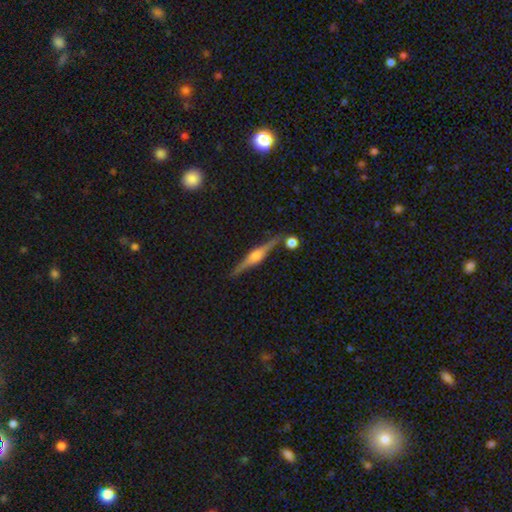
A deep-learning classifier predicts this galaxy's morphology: type=featured or disk (80%); edge-on=yes (98%); edge-on bulge=rounded (83%); merging=none (84%).